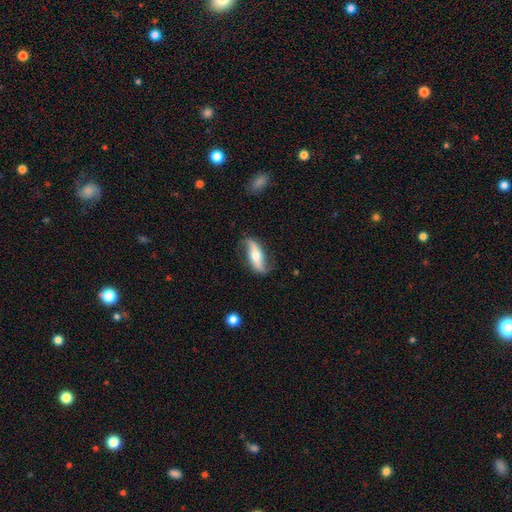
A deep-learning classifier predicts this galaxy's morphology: Smooth or featured: featured or disk — 73% (smooth — 21%)
Edge-on disk: no — 78% (yes — 22%)
Bar: no — 40% (strong — 38%)
Spiral arms: yes — 89% (no — 11%)
Spiral winding: loose — 82% (medium — 12%)
Spiral arm count: 2 — 91% (can't tell — 3%)
Bulge size: moderate — 61% (small — 27%)
Merging: none — 75% (minor disturbance — 17%)